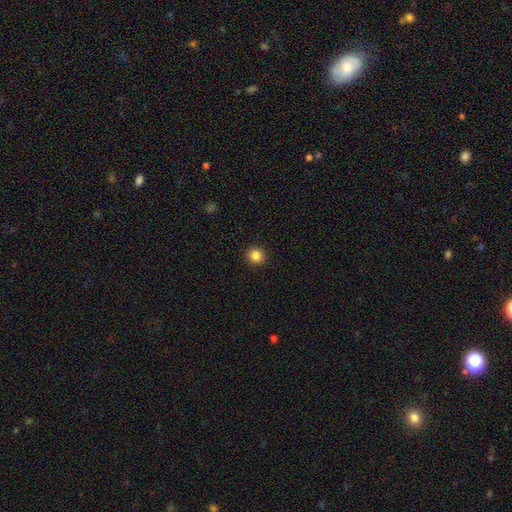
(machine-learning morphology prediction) This is clearly a smooth galaxy (85%). How rounded: clearly round (94%). Merging: clearly none (93%).